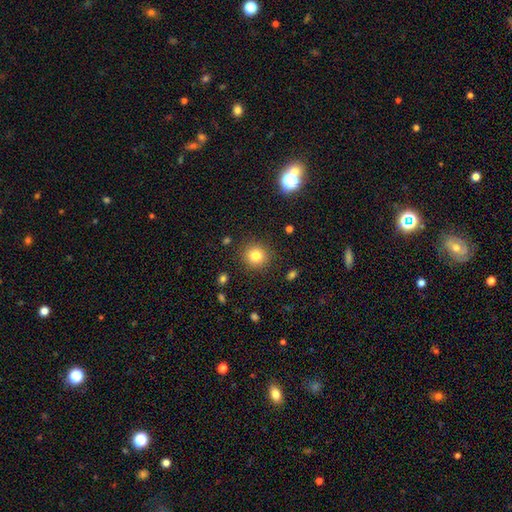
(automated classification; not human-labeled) A smooth galaxy with no disk features (81%) that is round (91%). Merging: none (89%).